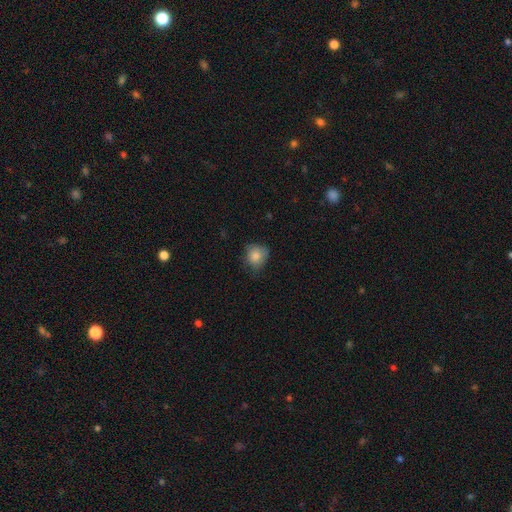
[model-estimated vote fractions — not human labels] Smooth or featured? smooth (83%)
How rounded? round (74%)
Merging? none (58%)